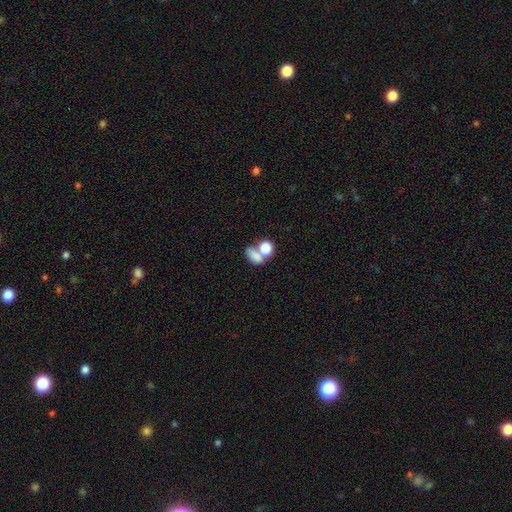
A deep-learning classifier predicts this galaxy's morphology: A smooth galaxy with no disk features (76%) that is in between round and cigar-shaped (67%). Merging: merger (53%).